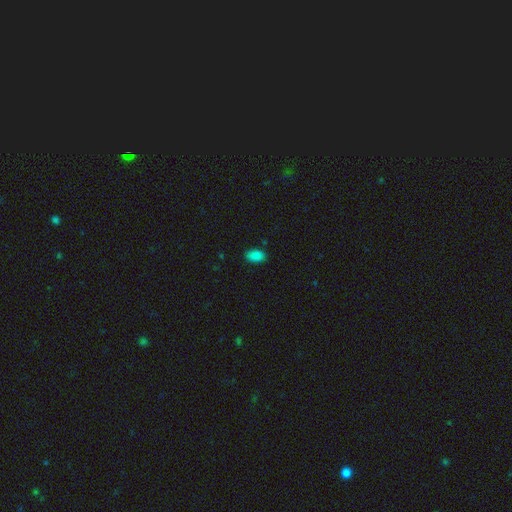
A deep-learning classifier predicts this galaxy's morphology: smooth_or_featured: smooth (p=0.86) [alt: star or artifact p=0.10]
how_rounded: in between (p=0.91) [alt: round p=0.07]
merging: none (p=0.87) [alt: minor disturbance p=0.10]